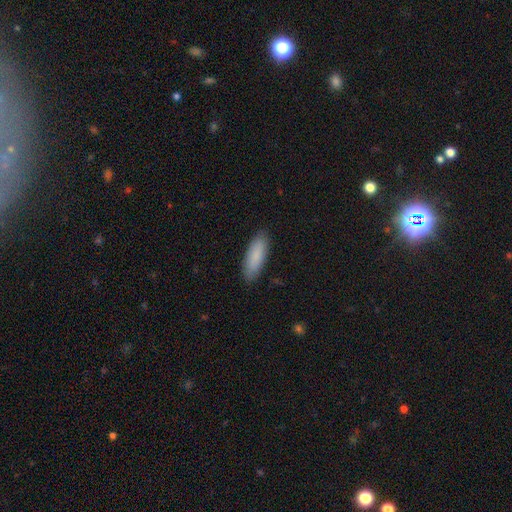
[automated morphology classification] Smooth or featured: smooth — 87% (featured or disk — 8%)
How rounded: in between — 54% (cigar-shaped — 44%)
Merging: none — 88% (minor disturbance — 9%)